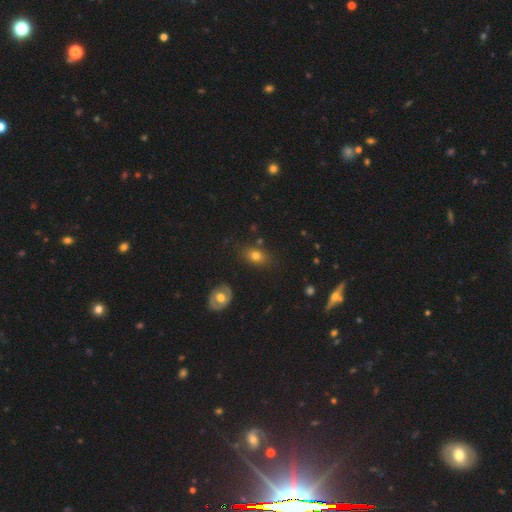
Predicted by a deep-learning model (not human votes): Smooth or featured: smooth — 75% (featured or disk — 13%)
How rounded: in between — 70% (round — 28%)
Merging: none — 78% (minor disturbance — 14%)